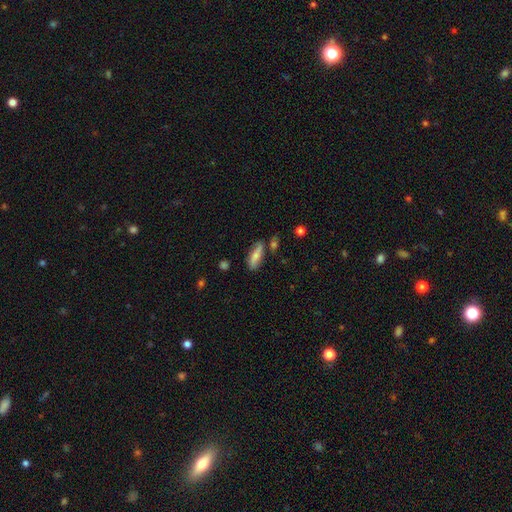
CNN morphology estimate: This is likely a smooth galaxy (65%). How rounded: possibly in between (56%). Merging: likely none (68%).